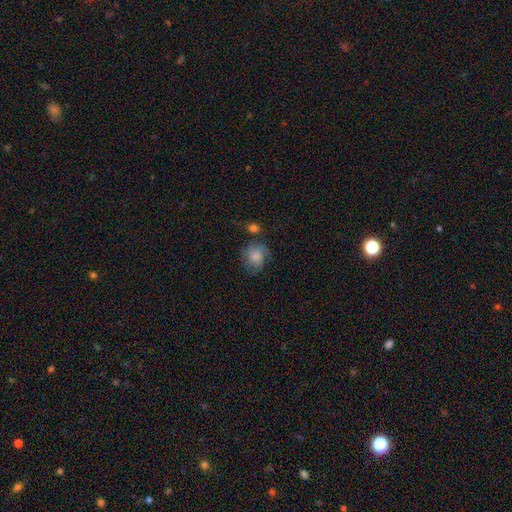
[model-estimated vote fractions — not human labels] A smooth galaxy with no disk features (63%) that is round (72%). Merging: none (53%).